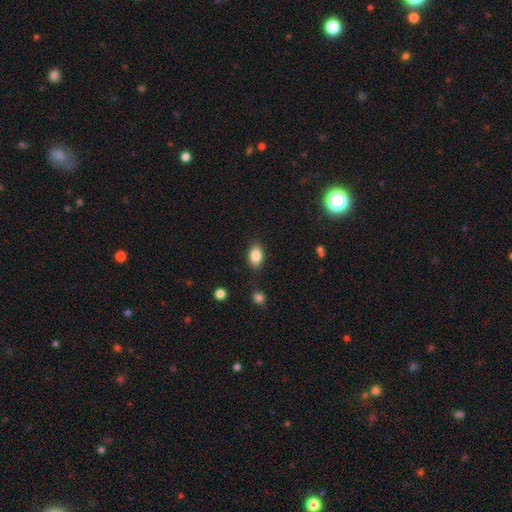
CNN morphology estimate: A smooth galaxy with no disk features (85%) that is in between round and cigar-shaped (87%). Merging: none (83%).